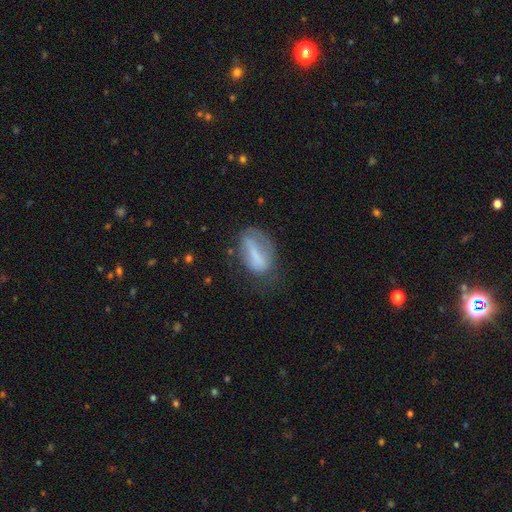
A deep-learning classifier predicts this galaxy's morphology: smooth-or-featured: smooth: 55% | featured or disk: 35% | star or artifact: 10%
  how-rounded: in between: 75% | cigar-shaped: 18% | round: 7%
  merging: none: 50% | minor disturbance: 27% | major disturbance: 20% | merger: 3%